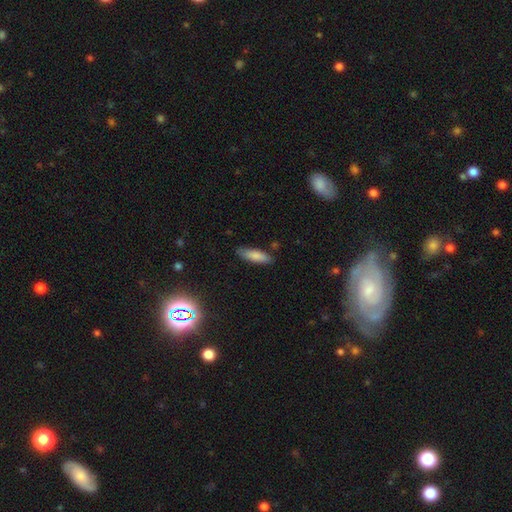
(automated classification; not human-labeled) A smooth galaxy with no disk features (83%) that is cigar-shaped (53%). Merging: none (82%).